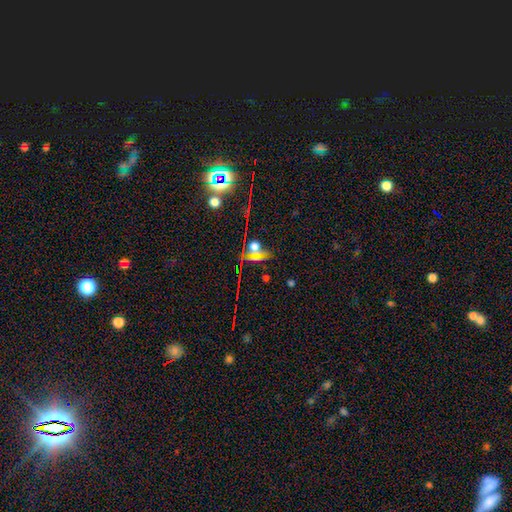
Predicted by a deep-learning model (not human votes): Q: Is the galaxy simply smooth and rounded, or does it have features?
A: star or artifact — 54%.